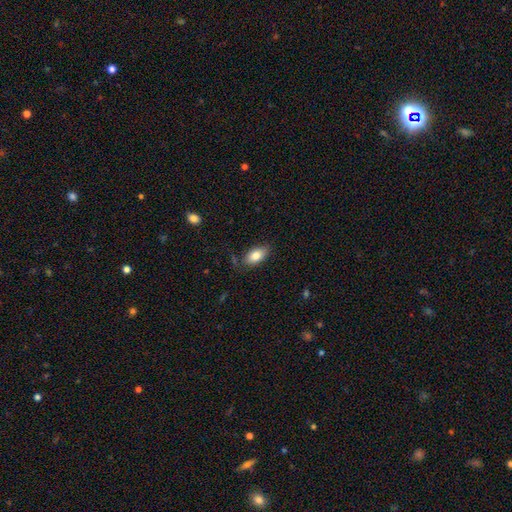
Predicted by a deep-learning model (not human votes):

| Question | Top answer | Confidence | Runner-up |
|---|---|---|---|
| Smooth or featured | smooth | 83% | featured or disk (10%) |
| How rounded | in between | 91% | round (4%) |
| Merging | none | 79% | minor disturbance (15%) |